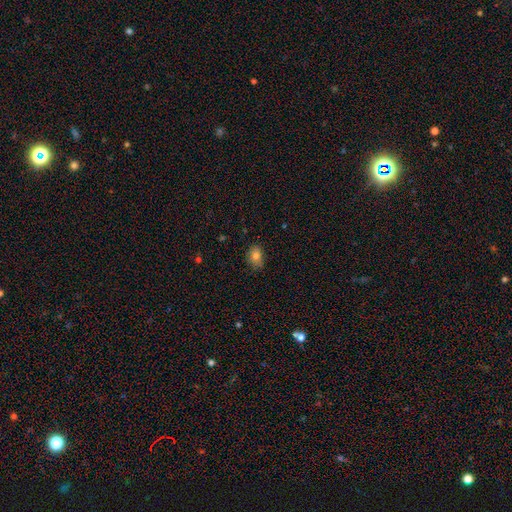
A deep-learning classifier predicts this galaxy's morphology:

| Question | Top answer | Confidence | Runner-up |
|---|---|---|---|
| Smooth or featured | smooth | 82% | star or artifact (10%) |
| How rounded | in between | 70% | round (28%) |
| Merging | none | 73% | minor disturbance (22%) |